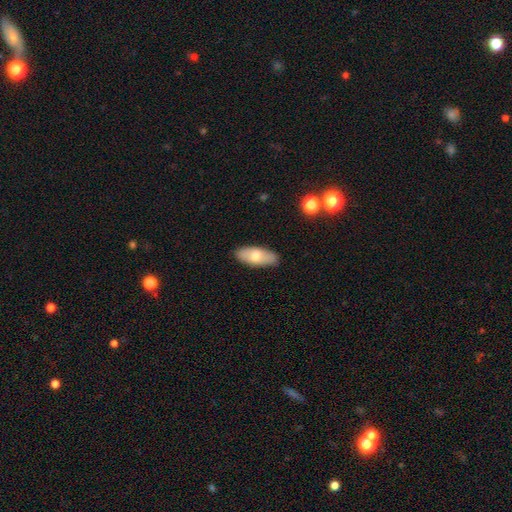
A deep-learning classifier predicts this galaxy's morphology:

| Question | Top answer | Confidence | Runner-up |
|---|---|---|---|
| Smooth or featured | smooth | 67% | featured or disk (26%) |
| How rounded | in between | 77% | cigar-shaped (21%) |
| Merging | none | 87% | minor disturbance (10%) |